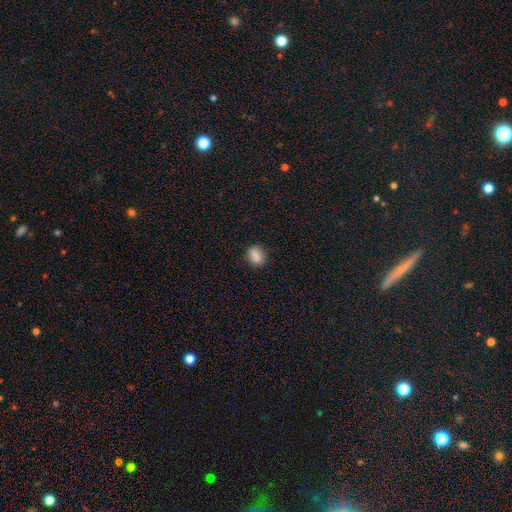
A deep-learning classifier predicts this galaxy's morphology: smooth 85%, star or artifact 9%, featured or disk 6%. Down the decision tree: how rounded — in between (64%); merging — none (83%).